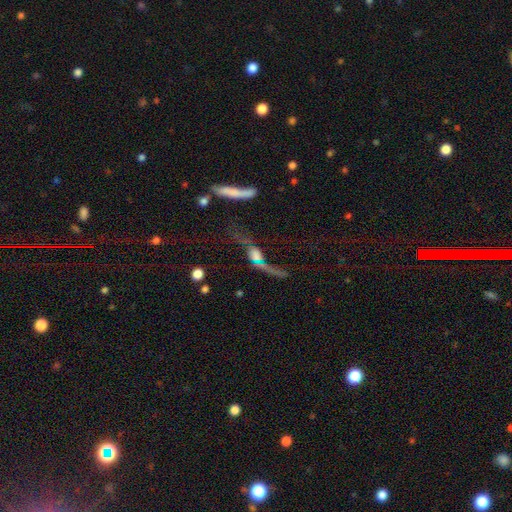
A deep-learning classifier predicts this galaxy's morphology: A featured or disk galaxy (42%). Merging: none (40%).